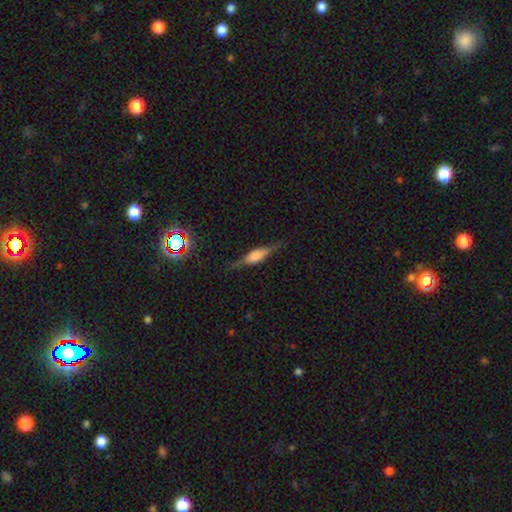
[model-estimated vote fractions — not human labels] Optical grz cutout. It shows a featured or disk galaxy (62%) viewed edge-on (95%) with a rounded central bulge (53%). Merging: none (78%).